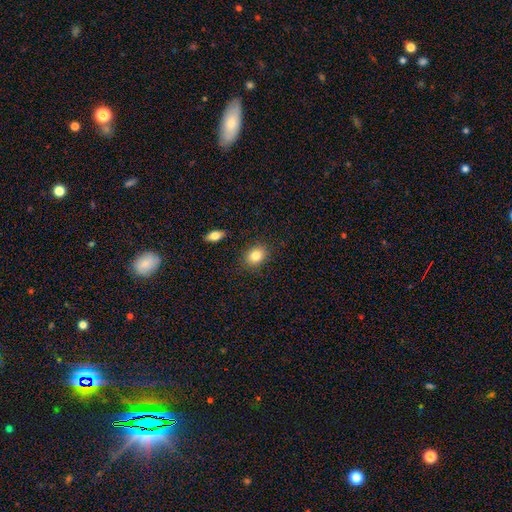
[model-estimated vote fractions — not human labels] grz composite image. It shows a smooth galaxy with no disk features (83%) that is in between round and cigar-shaped (52%). Merging: none (86%).